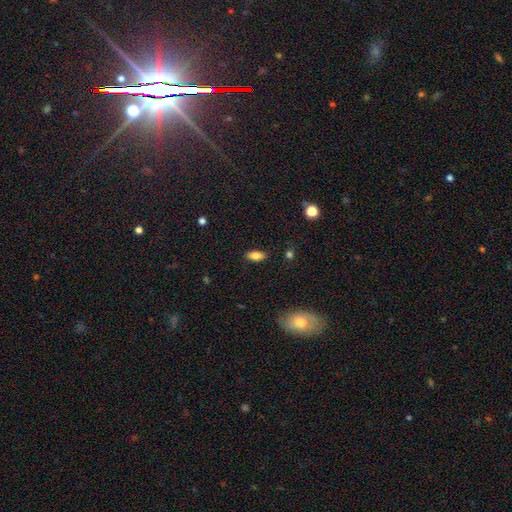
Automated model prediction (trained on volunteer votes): smooth-or-featured: smooth: 80% | featured or disk: 11% | star or artifact: 9%
  how-rounded: in between: 87% | cigar-shaped: 9% | round: 4%
  merging: none: 86% | minor disturbance: 11% | major disturbance: 2% | merger: 1%